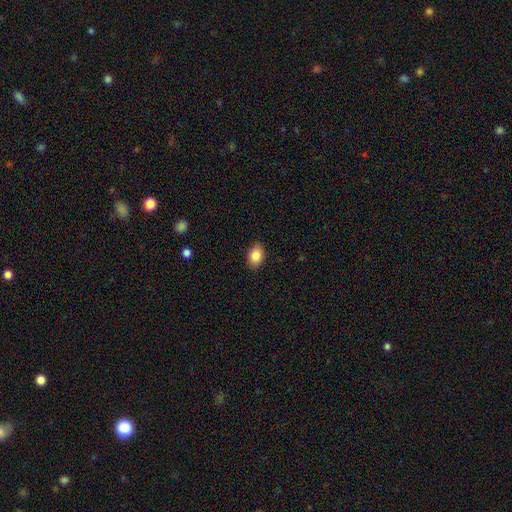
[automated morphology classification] Smooth or featured?
  - smooth: 86% *
  - star or artifact: 8%
  - featured or disk: 6%
How rounded?
  - in between: 81% *
  - round: 18%
  - cigar-shaped: 1%
Merging?
  - none: 88% *
  - minor disturbance: 9%
  - major disturbance: 2%
  - merger: 1%